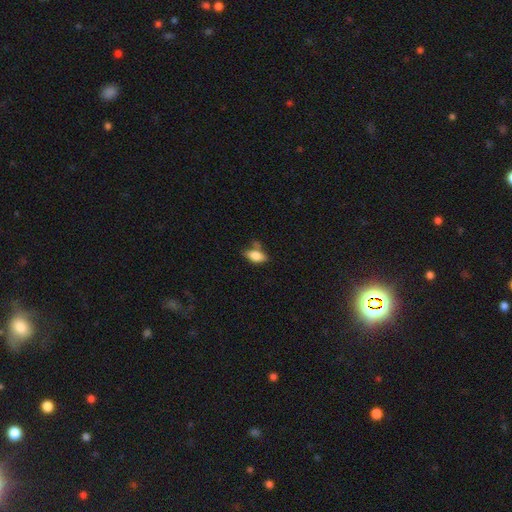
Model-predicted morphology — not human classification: smooth-or-featured: smooth: 73% | featured or disk: 18% | star or artifact: 9%
  how-rounded: in between: 85% | cigar-shaped: 10% | round: 6%
  merging: none: 53% | minor disturbance: 25% | merger: 14% | major disturbance: 9%